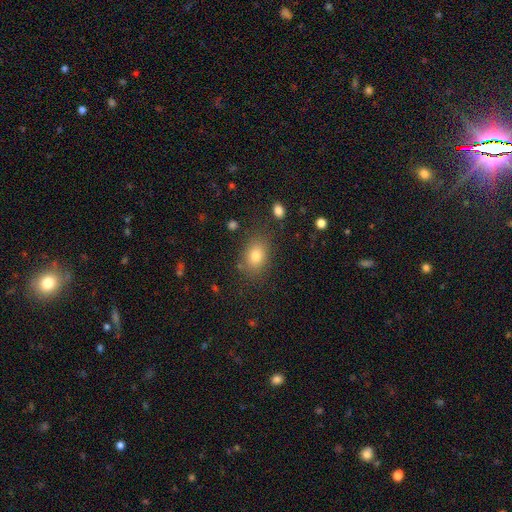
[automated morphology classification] This appears to be a smooth galaxy with no disk features (79%) that is in between round and cigar-shaped (63%). Merging: none (81%).